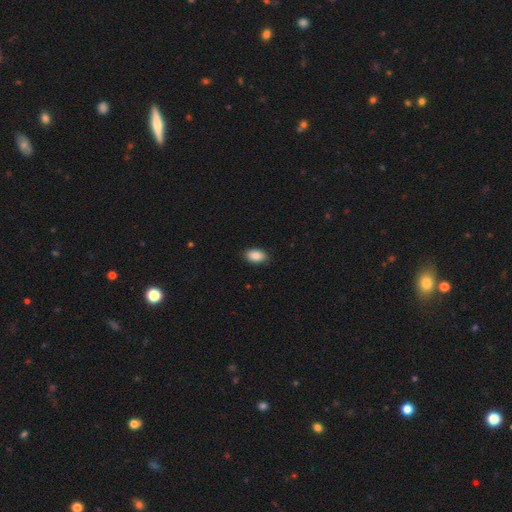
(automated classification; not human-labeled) Smooth or featured? Predicted: smooth (p=0.87). How rounded? Predicted: in between (p=0.92). Merging? Predicted: none (p=0.88).